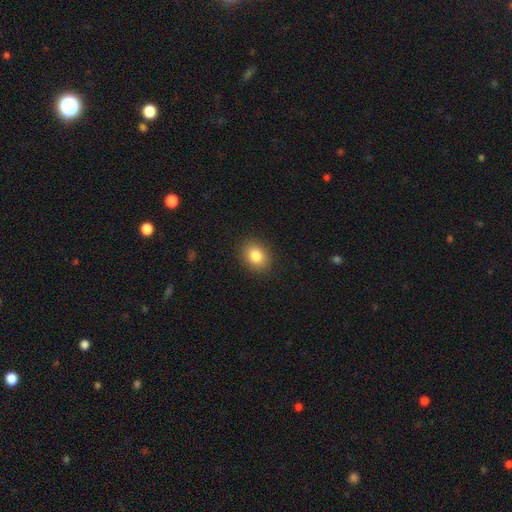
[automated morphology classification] smooth_or_featured: smooth (p=0.84) [alt: star or artifact p=0.09]
how_rounded: in between (p=0.57) [alt: round p=0.42]
merging: none (p=0.89) [alt: minor disturbance p=0.07]